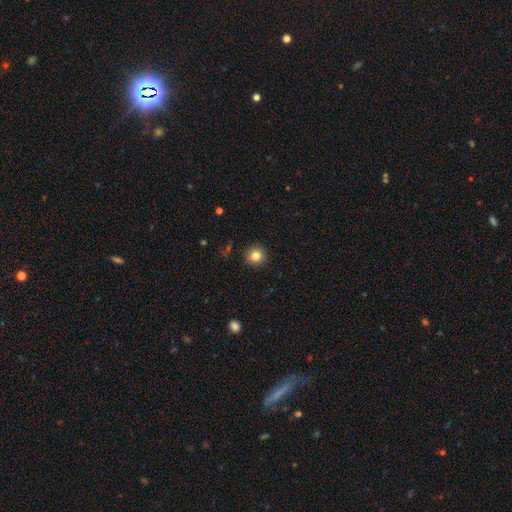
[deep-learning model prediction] smooth-or-featured: smooth: 82% | star or artifact: 11% | featured or disk: 6%
  how-rounded: round: 94% | in between: 5% | cigar-shaped: 1%
  merging: none: 91% | minor disturbance: 6% | major disturbance: 2% | merger: 1%